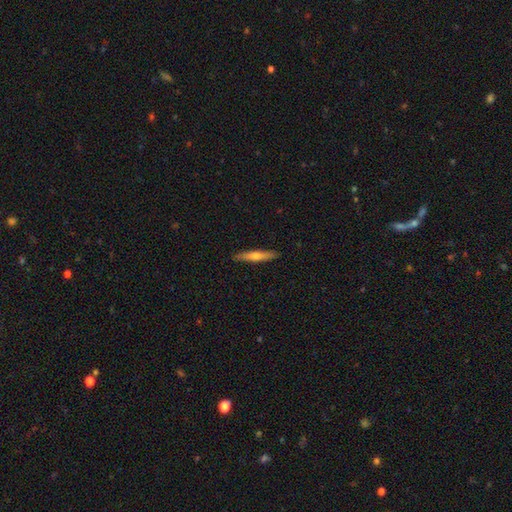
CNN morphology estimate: Smooth or featured? Predicted: featured or disk (p=0.49). Merging? Predicted: none (p=0.91).